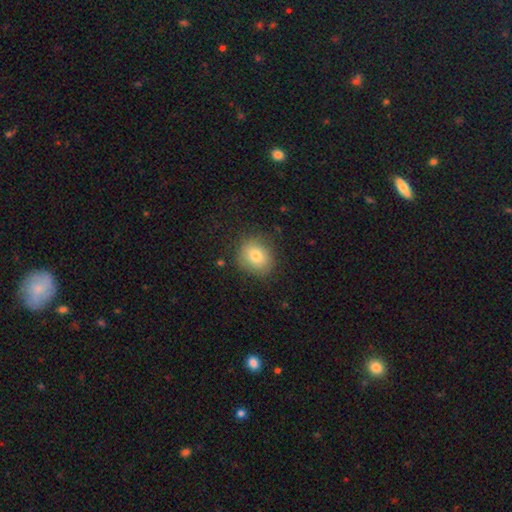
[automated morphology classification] A smooth galaxy with no disk features (80%) that is round (71%). Merging: none (82%).